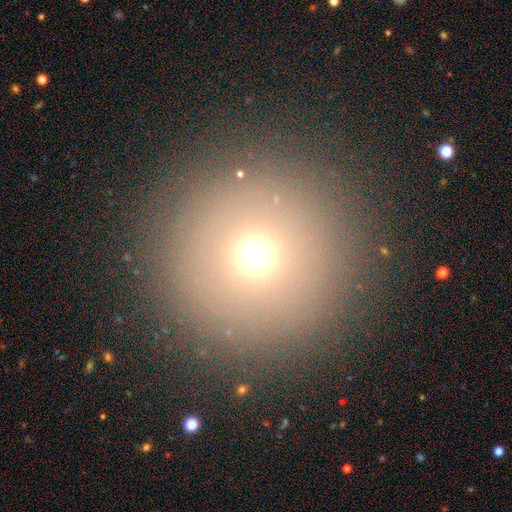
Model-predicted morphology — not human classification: Smooth or featured? Predicted: smooth (p=0.61). How rounded? Predicted: round (p=0.87). Merging? Predicted: none (p=0.86).